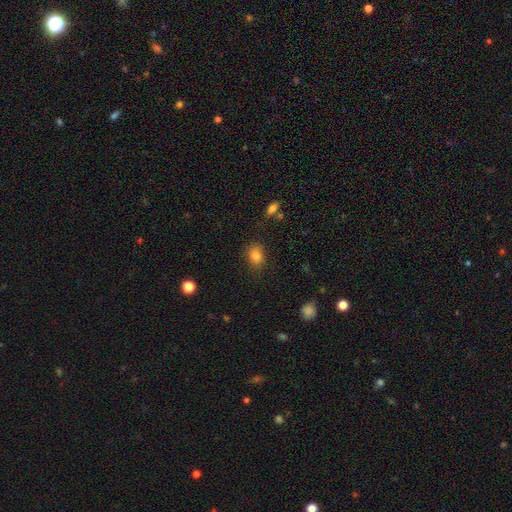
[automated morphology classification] This appears to be a smooth galaxy with no disk features (83%) that is in between round and cigar-shaped (60%). Merging: none (82%).